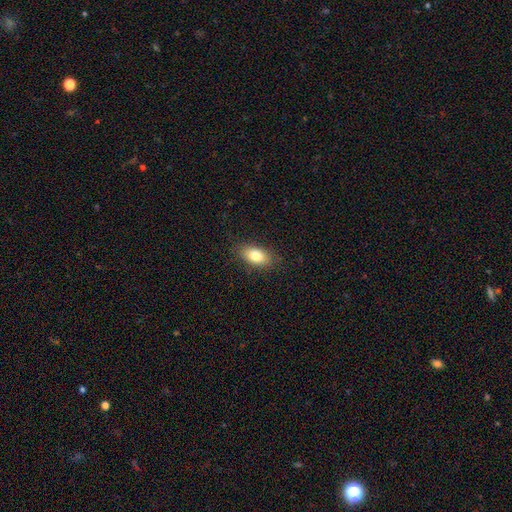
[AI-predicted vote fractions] This appears to be a smooth galaxy with no disk features (80%) that is in between round and cigar-shaped (88%). Merging: none (86%).